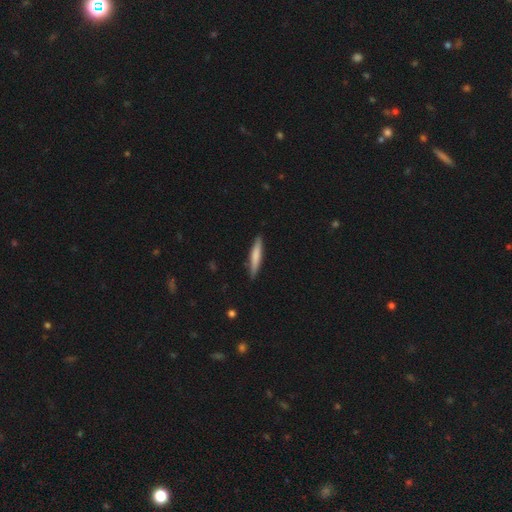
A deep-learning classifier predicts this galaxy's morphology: Smooth or featured? Predicted: smooth (p=0.71). How rounded? Predicted: cigar-shaped (p=0.92). Merging? Predicted: none (p=0.87).